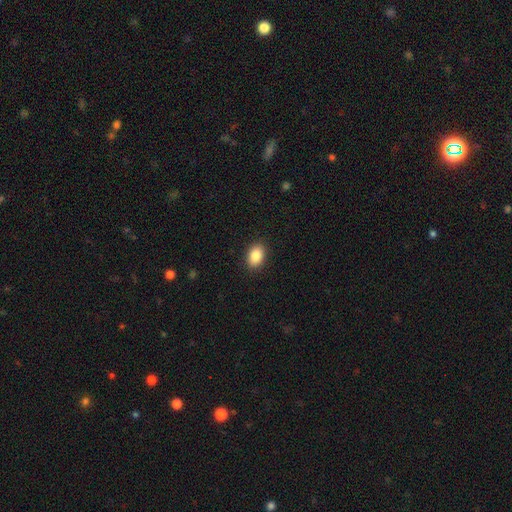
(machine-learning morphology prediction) A smooth galaxy with no disk features (86%) that is in between round and cigar-shaped (78%).

Vote fractions:
- Smooth or featured? smooth: 86% / star or artifact: 8% / featured or disk: 5%
- How rounded? in between: 78% / round: 21% / cigar-shaped: 1%
- Merging? none: 90% / minor disturbance: 7% / major disturbance: 2% / merger: 1%